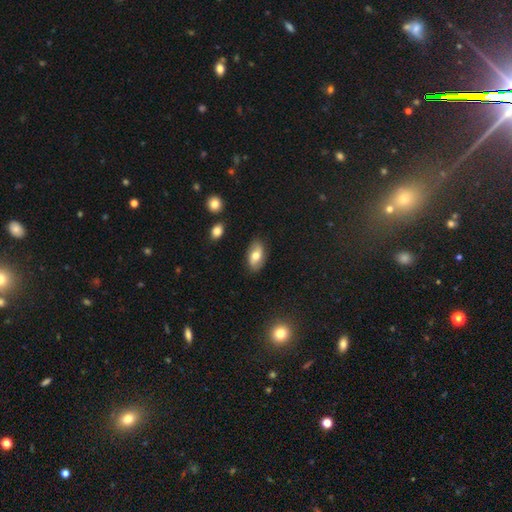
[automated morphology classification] This is likely a smooth galaxy (66%). How rounded: clearly in between (92%). Merging: clearly none (84%).